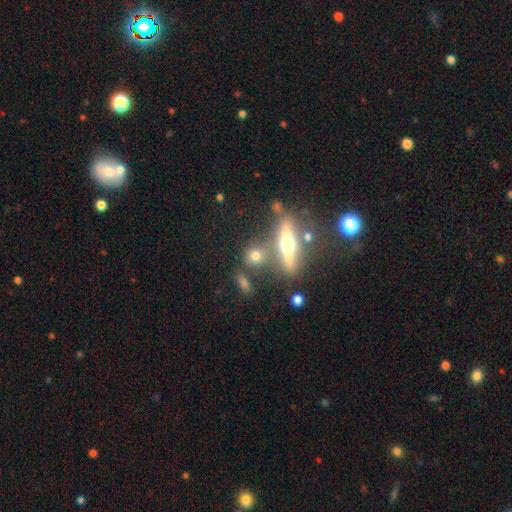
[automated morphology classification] smooth-or-featured: smooth: 56% | featured or disk: 30% | star or artifact: 14%
  how-rounded: round: 57% | in between: 29% | cigar-shaped: 14%
  merging: none: 65% | merger: 19% | minor disturbance: 11% | major disturbance: 5%